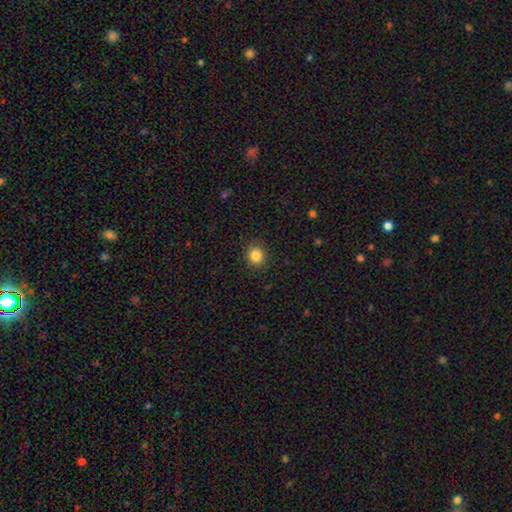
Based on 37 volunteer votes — Q: Smooth or featured?
A: smooth (89%); runner-up: star or artifact (11%)
Q: How rounded?
A: round (91%); runner-up: in between (9%)
Q: Merging?
A: none (91%); runner-up: minor disturbance (6%)